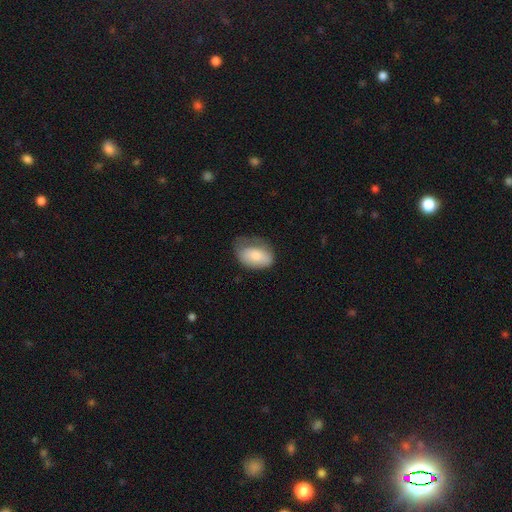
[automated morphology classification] A smooth galaxy with no disk features (77%) that is in between round and cigar-shaped (87%).

Vote fractions:
- Smooth or featured? smooth: 77% / featured or disk: 17% / star or artifact: 6%
- How rounded? in between: 87% / round: 11% / cigar-shaped: 1%
- Merging? minor disturbance: 38% / none: 37% / major disturbance: 23% / merger: 2%